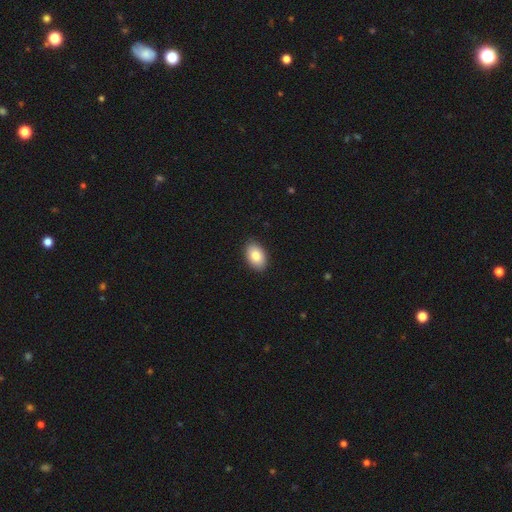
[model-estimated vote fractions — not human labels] Smooth or featured?
  - smooth: 84% *
  - featured or disk: 9%
  - star or artifact: 7%
How rounded?
  - in between: 90% *
  - round: 9%
  - cigar-shaped: 1%
Merging?
  - none: 90% *
  - minor disturbance: 8%
  - major disturbance: 2%
  - merger: 1%